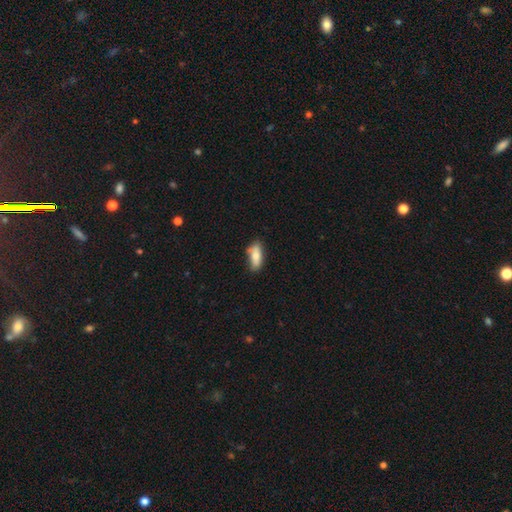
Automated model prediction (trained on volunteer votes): smooth-or-featured: smooth: 74% | featured or disk: 19% | star or artifact: 7%
  how-rounded: in between: 75% | cigar-shaped: 22% | round: 3%
  merging: none: 64% | minor disturbance: 24% | merger: 6% | major disturbance: 5%